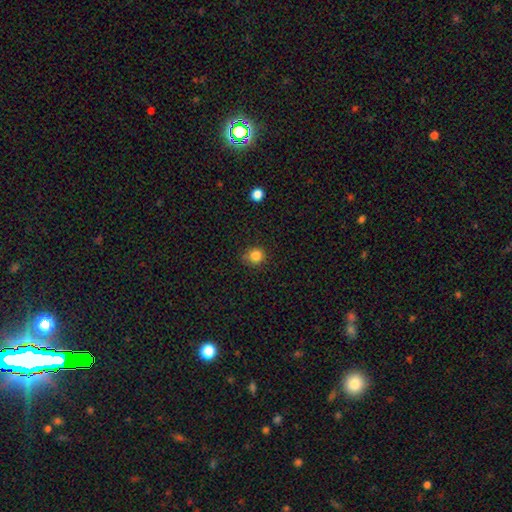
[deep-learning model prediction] This is clearly a smooth galaxy (84%). How rounded: clearly round (86%). Merging: likely none (75%).